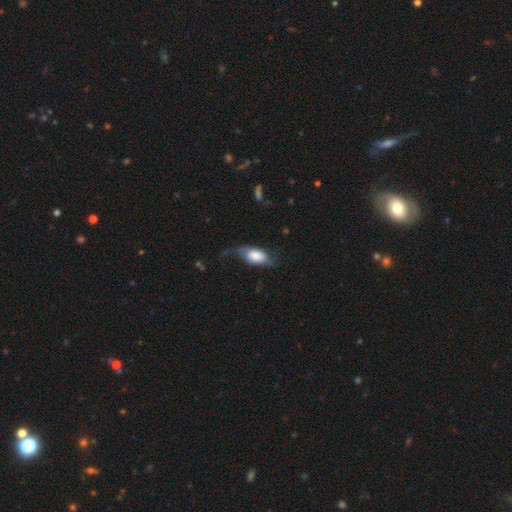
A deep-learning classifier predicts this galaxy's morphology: The model was most divided on "merging": none: 50%, minor disturbance: 30%, major disturbance: 18%, merger: 2%. More confident: how rounded — in between (89%); smooth or featured — smooth (66%).